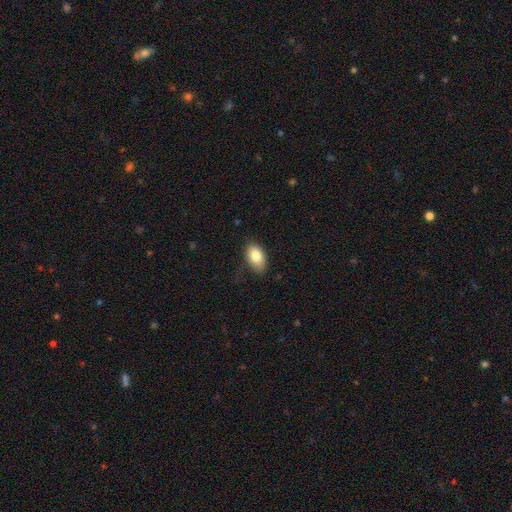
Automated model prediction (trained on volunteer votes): Overall: smooth (82%). How rounded: in between (92%). Merging: none (77%).